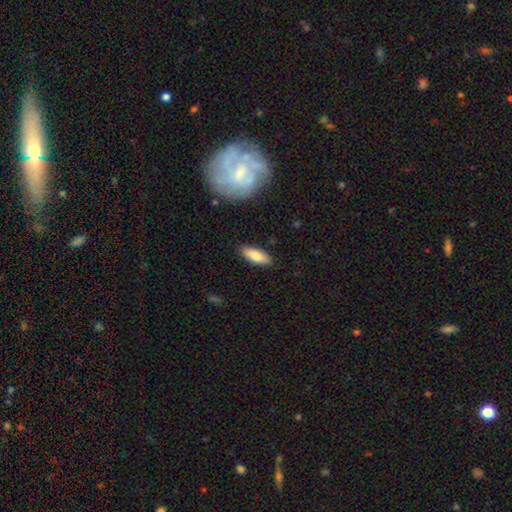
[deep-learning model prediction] This appears to be a smooth galaxy with no disk features (83%) that is in between round and cigar-shaped (68%). Merging: none (88%).